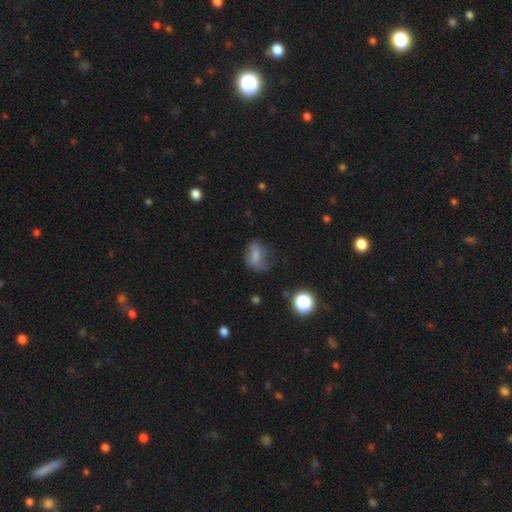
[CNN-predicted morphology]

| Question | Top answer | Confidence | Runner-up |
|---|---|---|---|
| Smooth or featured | smooth | 57% | featured or disk (30%) |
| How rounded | in between | 67% | round (28%) |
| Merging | none | 51% | minor disturbance (29%) |